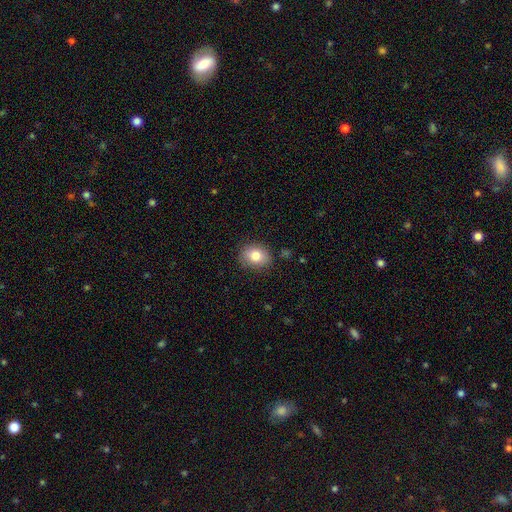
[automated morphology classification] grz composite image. It shows a smooth galaxy with no disk features (82%) that is in between round and cigar-shaped (54%). Merging: none (84%).